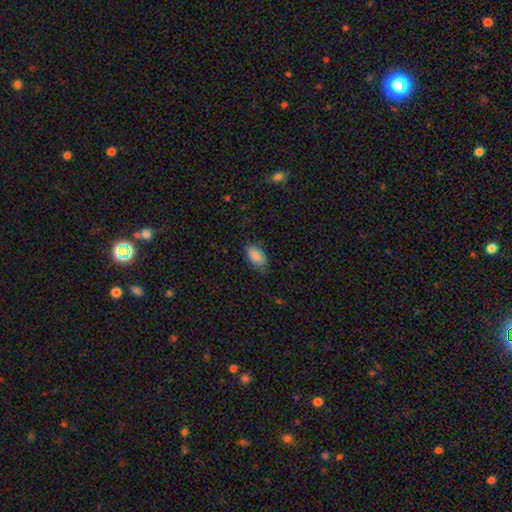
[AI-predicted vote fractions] Smooth or featured?
  - smooth: 87% *
  - star or artifact: 7%
  - featured or disk: 5%
How rounded?
  - in between: 93% *
  - round: 4%
  - cigar-shaped: 3%
Merging?
  - none: 73% *
  - minor disturbance: 21%
  - major disturbance: 5%
  - merger: 1%